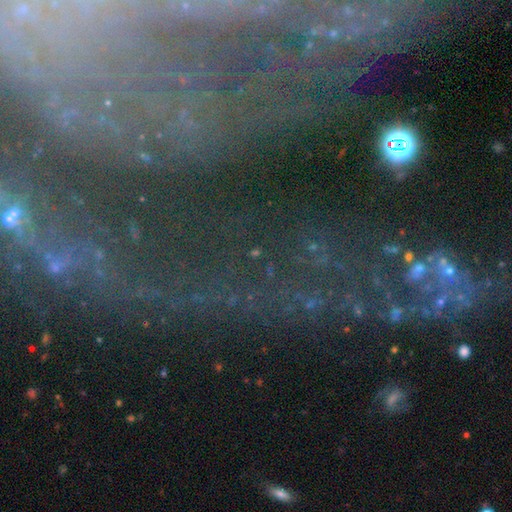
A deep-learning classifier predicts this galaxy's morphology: Overall: featured or disk (44%; star or artifact 41%). Merging: none (59%).